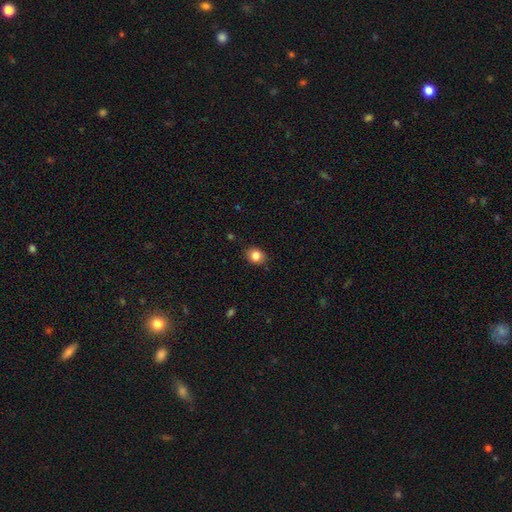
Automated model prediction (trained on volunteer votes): Smooth or featured? Predicted: smooth (p=0.83). How rounded? Predicted: round (p=0.56). Merging? Predicted: none (p=0.86).